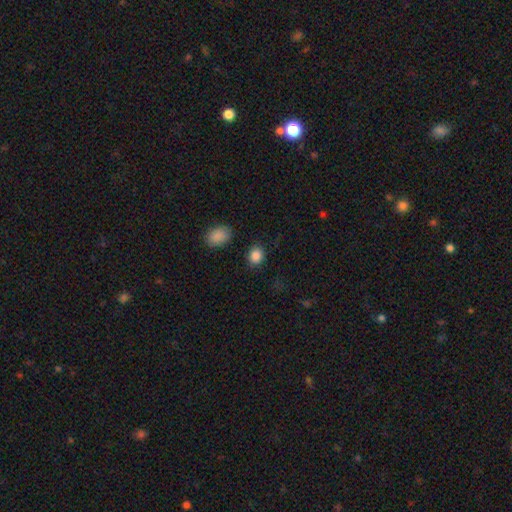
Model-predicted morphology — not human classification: Q: Smooth or featured?
A: smooth (87%); runner-up: star or artifact (9%)
Q: How rounded?
A: round (58%); runner-up: in between (41%)
Q: Merging?
A: none (85%); runner-up: minor disturbance (9%)